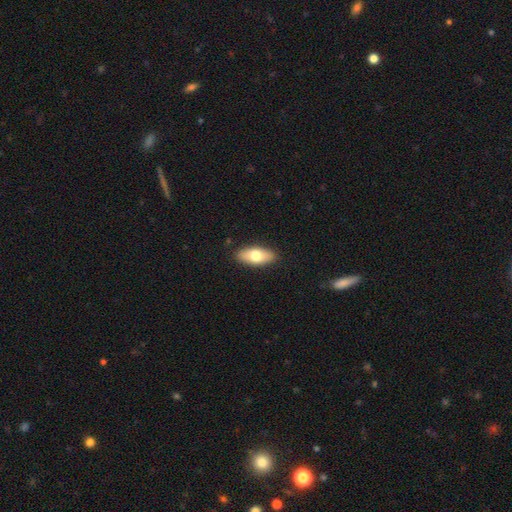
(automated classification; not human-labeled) Morphology: type=smooth (71%); roundness=in between (85%); merging=none (89%).